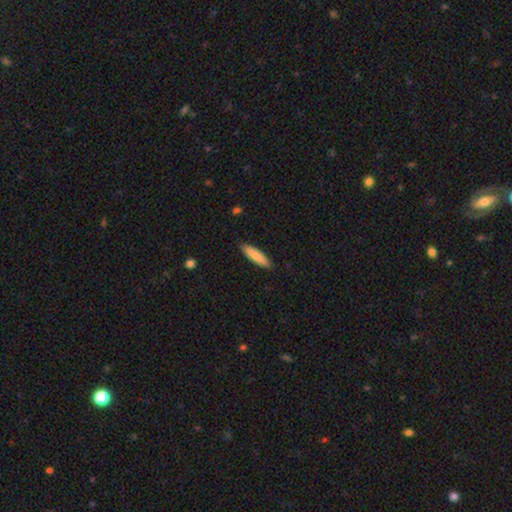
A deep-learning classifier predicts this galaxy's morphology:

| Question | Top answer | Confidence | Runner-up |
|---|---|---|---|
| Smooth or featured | smooth | 83% | featured or disk (12%) |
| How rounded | cigar-shaped | 75% | in between (24%) |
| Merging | none | 89% | minor disturbance (9%) |